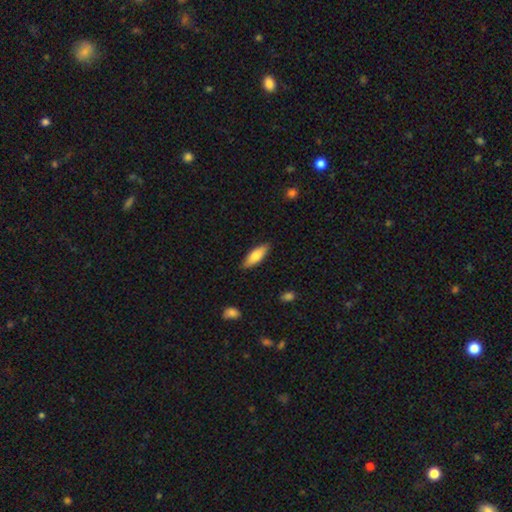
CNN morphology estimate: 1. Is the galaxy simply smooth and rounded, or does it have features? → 77% smooth, 17% featured or disk, 6% star or artifact.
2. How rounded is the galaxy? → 56% in between, 42% cigar-shaped, 2% round.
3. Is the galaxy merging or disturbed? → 86% none, 11% minor disturbance, 2% major disturbance, 1% merger.